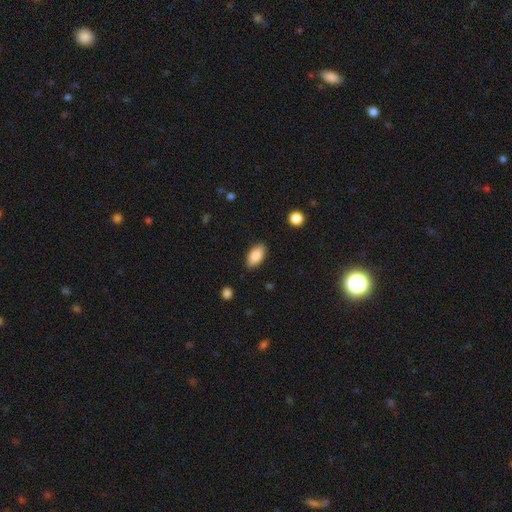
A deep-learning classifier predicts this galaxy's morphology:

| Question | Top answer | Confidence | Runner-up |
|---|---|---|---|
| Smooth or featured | smooth | 87% | star or artifact (7%) |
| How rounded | in between | 93% | cigar-shaped (4%) |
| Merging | none | 86% | minor disturbance (11%) |